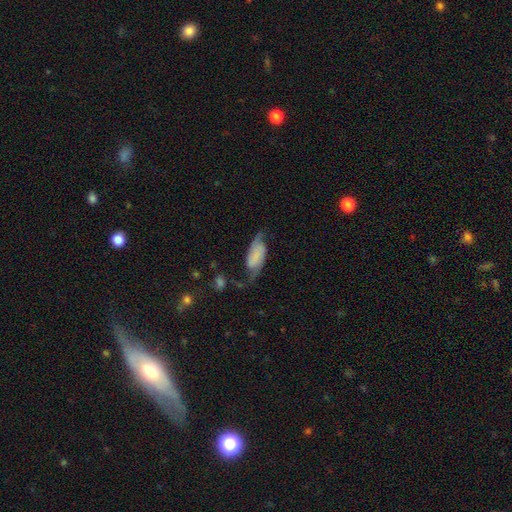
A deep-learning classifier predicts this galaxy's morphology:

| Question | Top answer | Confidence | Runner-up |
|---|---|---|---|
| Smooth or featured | featured or disk | 59% | smooth (32%) |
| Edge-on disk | no | 94% | yes (6%) |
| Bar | no | 53% | weak (30%) |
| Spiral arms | yes | 90% | no (10%) |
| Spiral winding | loose | 65% | medium (25%) |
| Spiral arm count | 2 | 90% | can't tell (4%) |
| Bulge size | none | 60% | small (18%) |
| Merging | none | 49% | minor disturbance (26%) |